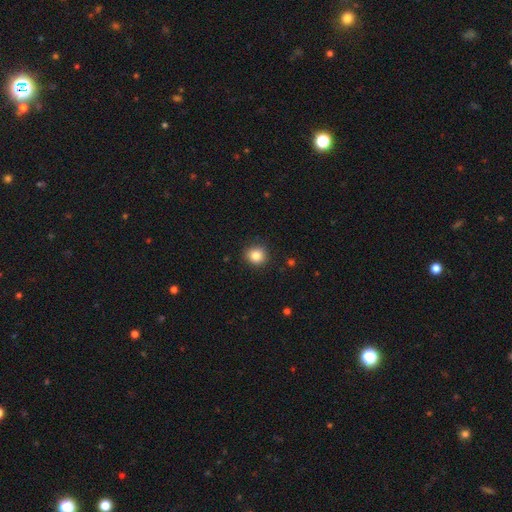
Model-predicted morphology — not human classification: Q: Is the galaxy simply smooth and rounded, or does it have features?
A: smooth — 84%.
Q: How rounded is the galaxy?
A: round — 88%.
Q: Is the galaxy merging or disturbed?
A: none — 90%.